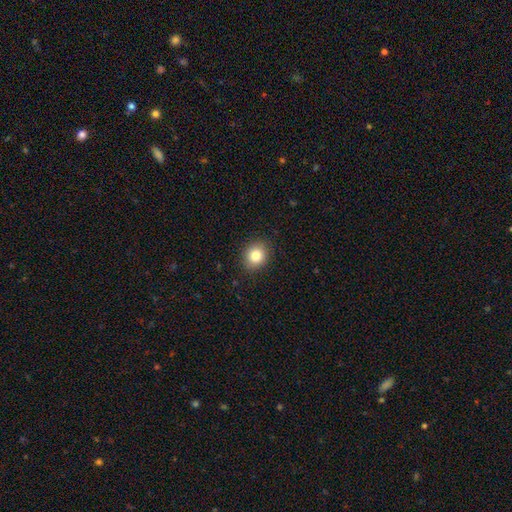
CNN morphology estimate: This is clearly a smooth galaxy (83%). How rounded: likely round (70%). Merging: clearly none (89%).